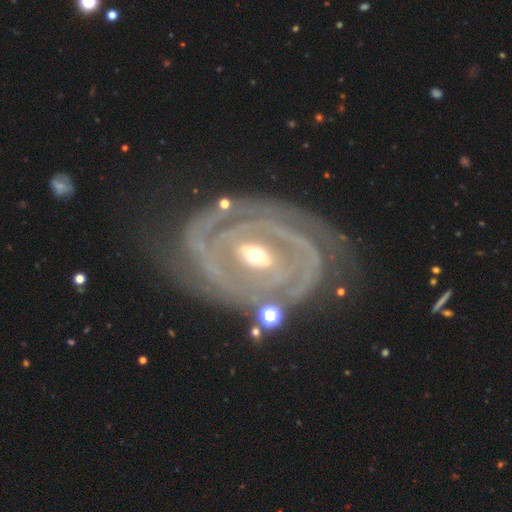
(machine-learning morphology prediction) type=featured or disk (89%); edge-on=no (96%); bar=weak (36%); spiral arms=yes (89%); winding=tight (73%); arm count=2 (34%); bulge=moderate (48%); merging=none (59%).